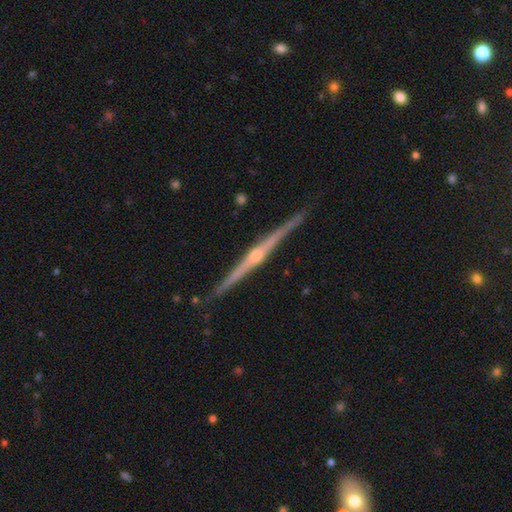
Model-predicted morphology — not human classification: smooth_or_featured: featured or disk (p=0.87) [alt: smooth p=0.08]
disk_edge_on: yes (p=0.99) [alt: no p=0.01]
edge_on_bulge: rounded (p=0.85) [alt: none p=0.08]
merging: none (p=0.90) [alt: minor disturbance p=0.07]